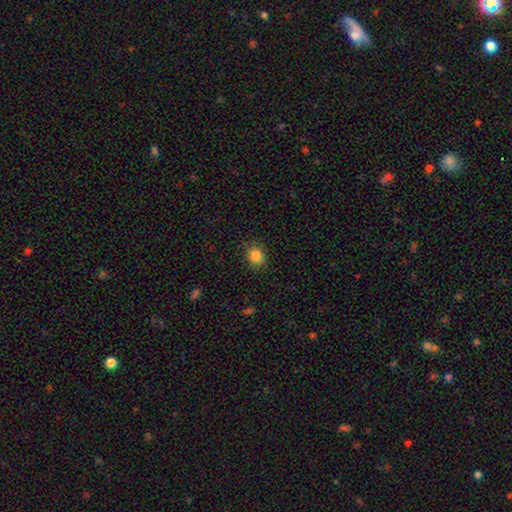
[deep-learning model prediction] Smooth or featured: smooth — 85% (star or artifact — 10%)
How rounded: round — 64% (in between — 35%)
Merging: none — 82% (minor disturbance — 14%)